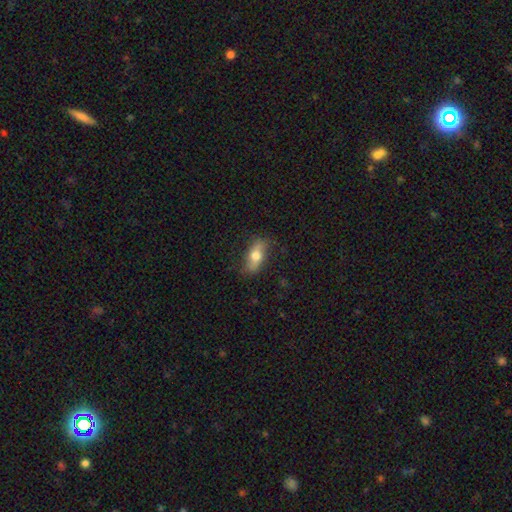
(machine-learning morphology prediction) type=smooth (60%); roundness=in between (76%); merging=none (78%).